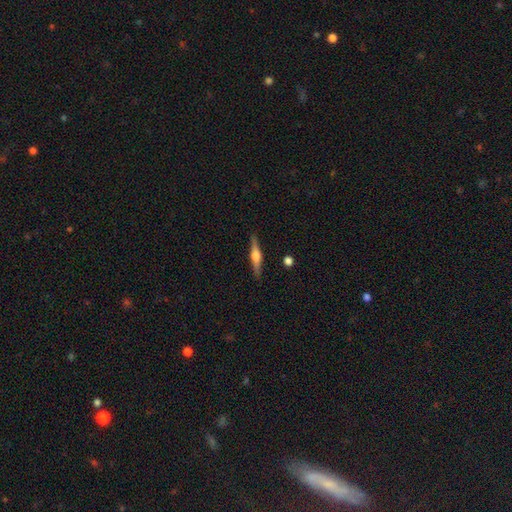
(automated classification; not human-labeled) The model was most divided on "smooth or featured": featured or disk: 70%, smooth: 24%, star or artifact: 6%. More confident: edge-on disk — yes (98%); merging — none (90%); edge-on bulge — rounded (88%).